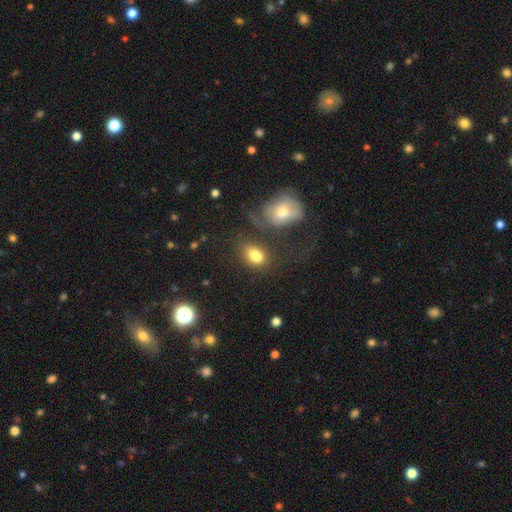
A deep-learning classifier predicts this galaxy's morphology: Smooth or featured?
  - smooth: 80% *
  - featured or disk: 10%
  - star or artifact: 10%
How rounded?
  - in between: 81% *
  - round: 17%
  - cigar-shaped: 2%
Merging?
  - none: 48% *
  - merger: 22%
  - minor disturbance: 17%
  - major disturbance: 12%